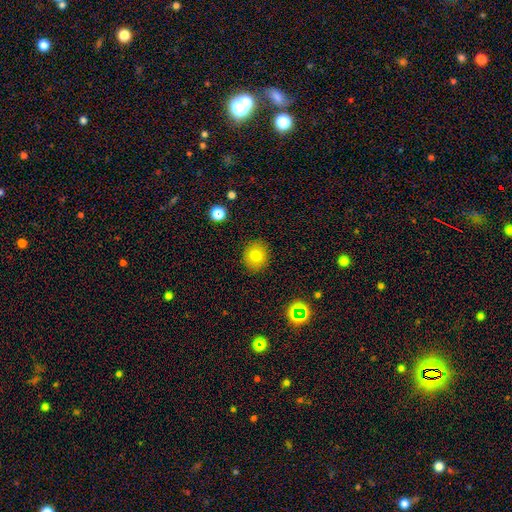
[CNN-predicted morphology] A smooth galaxy with no disk features (75%) that is round (79%).

Vote fractions:
- Smooth or featured? smooth: 75% / star or artifact: 13% / featured or disk: 12%
- How rounded? round: 79% / in between: 20% / cigar-shaped: 1%
- Merging? none: 89% / minor disturbance: 8% / major disturbance: 2% / merger: 1%